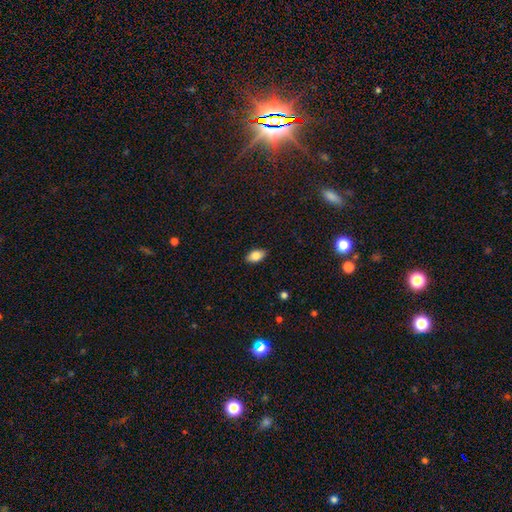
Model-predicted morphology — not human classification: This is clearly a smooth galaxy (82%). How rounded: clearly in between (92%). Merging: clearly none (88%).